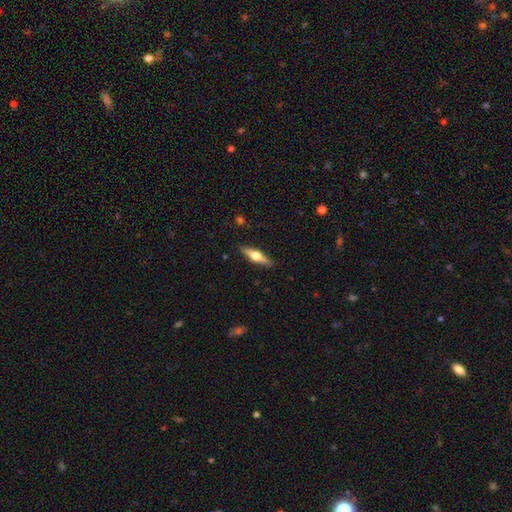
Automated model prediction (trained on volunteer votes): Overall: featured or disk (64%; smooth 31%). Edge-on disk: yes (96%). Edge-on bulge: rounded (95%). Merging: none (90%).